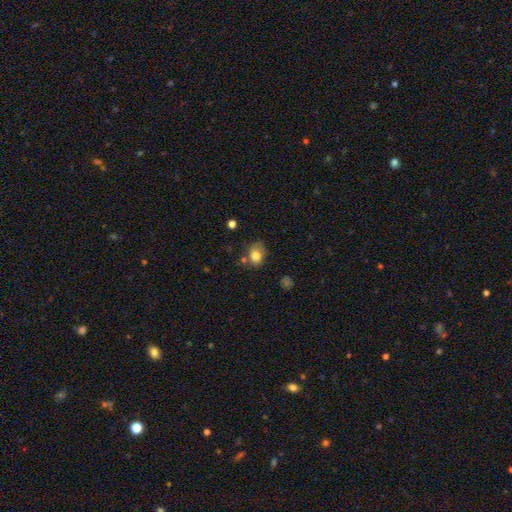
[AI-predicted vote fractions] Q: Smooth or featured?
A: smooth (80%); runner-up: featured or disk (10%)
Q: How rounded?
A: in between (52%); runner-up: round (46%)
Q: Merging?
A: none (57%); runner-up: minor disturbance (28%)